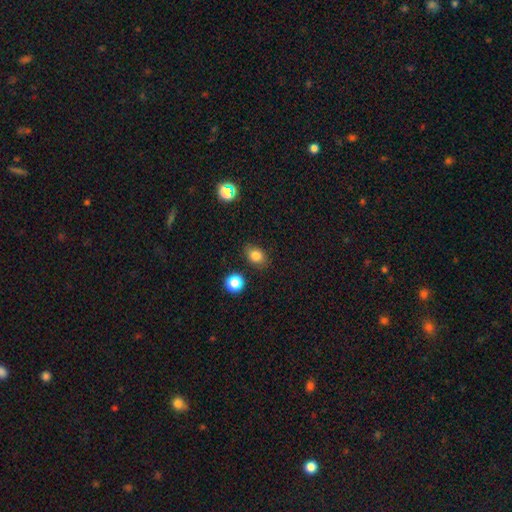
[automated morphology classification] This appears to be a smooth galaxy with no disk features (82%) that is in between round and cigar-shaped (66%). Merging: none (82%).